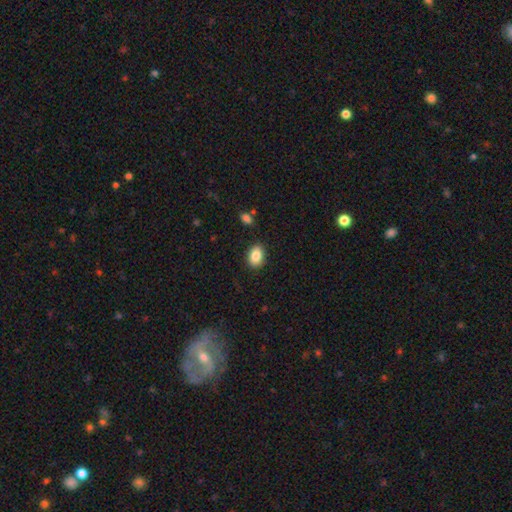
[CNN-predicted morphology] Smooth or featured: smooth — 86% (star or artifact — 8%)
How rounded: in between — 82% (round — 17%)
Merging: none — 87% (minor disturbance — 9%)